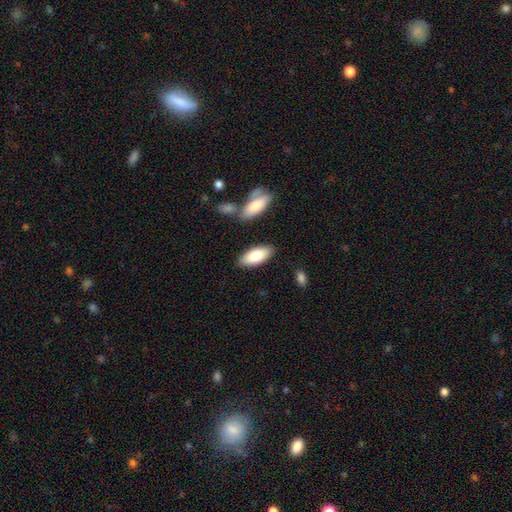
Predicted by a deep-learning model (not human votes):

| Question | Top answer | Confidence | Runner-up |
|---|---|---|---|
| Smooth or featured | smooth | 82% | featured or disk (13%) |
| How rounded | in between | 87% | cigar-shaped (11%) |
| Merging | none | 82% | minor disturbance (10%) |